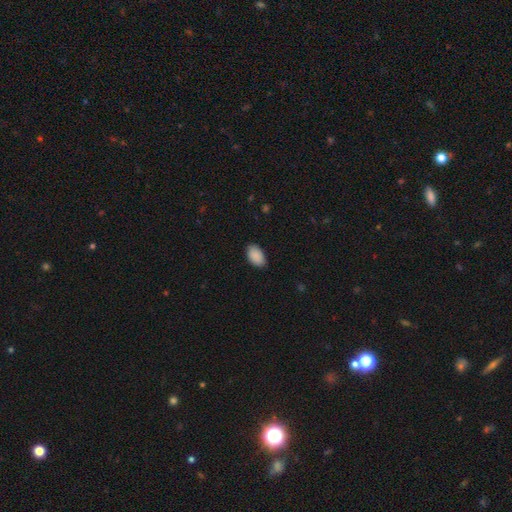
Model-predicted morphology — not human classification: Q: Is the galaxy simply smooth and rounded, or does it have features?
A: smooth — 91%.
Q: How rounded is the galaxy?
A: in between — 94%.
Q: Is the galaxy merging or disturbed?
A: none — 85%.